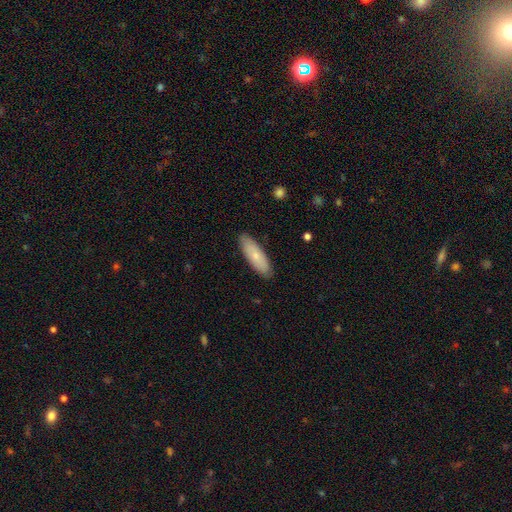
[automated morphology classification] Smooth or featured: smooth — 73% (featured or disk — 21%)
How rounded: in between — 52% (cigar-shaped — 46%)
Merging: none — 88% (minor disturbance — 9%)